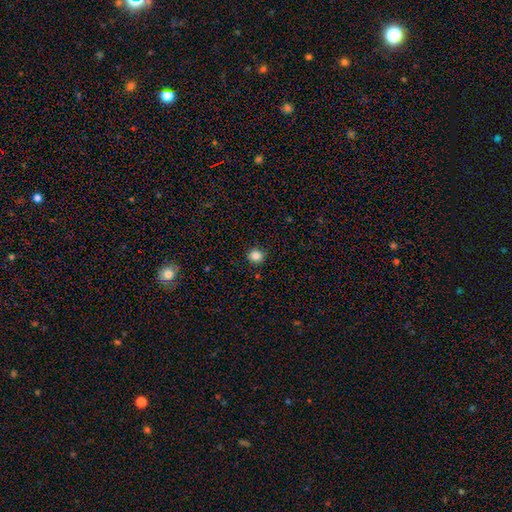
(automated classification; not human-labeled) Smooth or featured?
  - smooth: 85% *
  - star or artifact: 11%
  - featured or disk: 4%
How rounded?
  - round: 90% *
  - in between: 9%
  - cigar-shaped: 1%
Merging?
  - none: 89% *
  - minor disturbance: 8%
  - major disturbance: 2%
  - merger: 1%